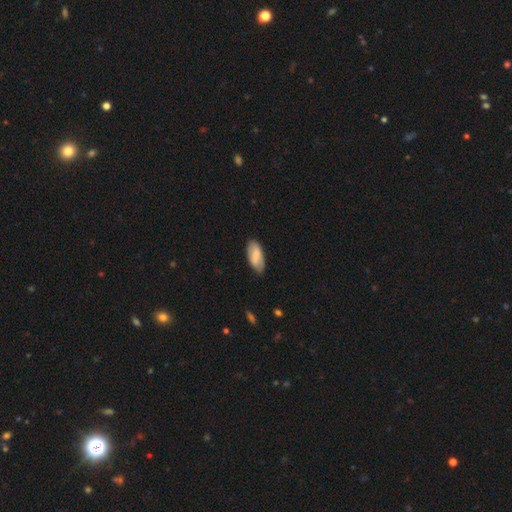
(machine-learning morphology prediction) This is likely a smooth galaxy (74%). How rounded: clearly in between (89%). Merging: likely none (73%).